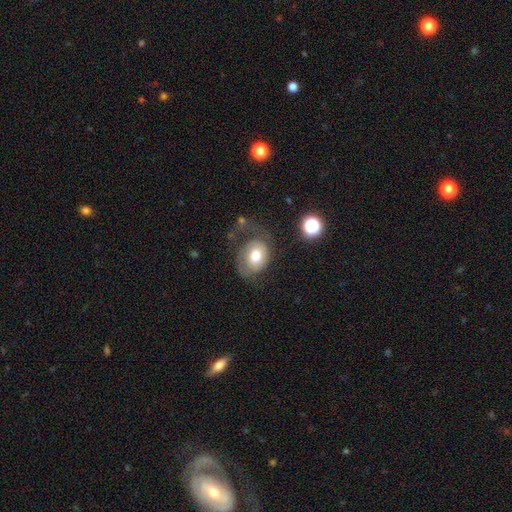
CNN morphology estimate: Q: Smooth or featured?
A: smooth (58%); runner-up: featured or disk (33%)
Q: How rounded?
A: in between (54%); runner-up: round (45%)
Q: Merging?
A: major disturbance (38%); runner-up: none (33%)